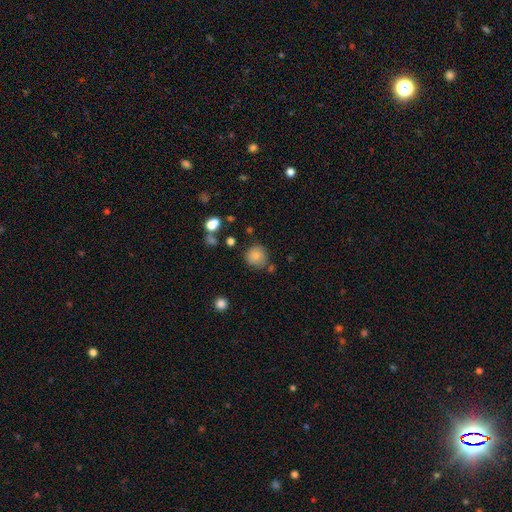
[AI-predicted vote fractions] Smooth or featured?
  - smooth: 82% *
  - star or artifact: 10%
  - featured or disk: 7%
How rounded?
  - round: 90% *
  - in between: 9%
  - cigar-shaped: 1%
Merging?
  - none: 77% *
  - minor disturbance: 14%
  - merger: 6%
  - major disturbance: 4%